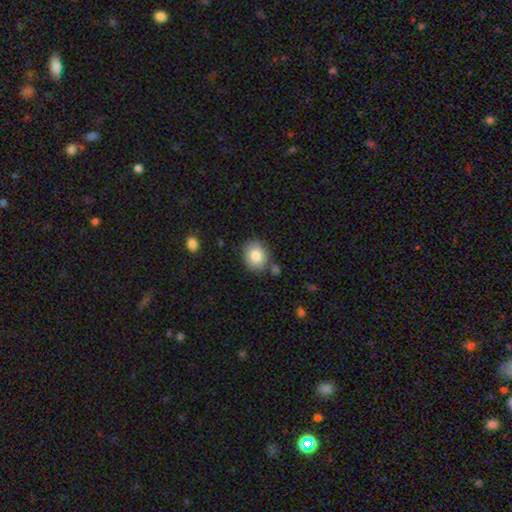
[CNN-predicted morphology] A smooth galaxy with no disk features (84%) that is round (55%).

Vote fractions:
- Smooth or featured? smooth: 84% / featured or disk: 8% / star or artifact: 8%
- How rounded? round: 55% / in between: 45% / cigar-shaped: 1%
- Merging? none: 79% / minor disturbance: 12% / merger: 6% / major disturbance: 3%